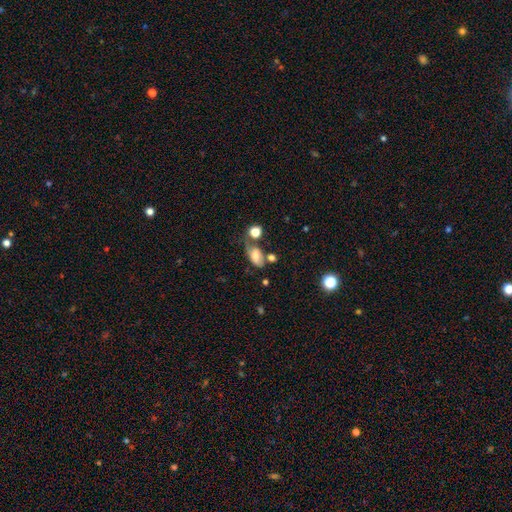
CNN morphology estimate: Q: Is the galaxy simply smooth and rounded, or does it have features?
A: smooth — 64%.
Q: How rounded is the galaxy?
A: in between — 86%.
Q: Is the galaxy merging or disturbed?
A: none — 35%.